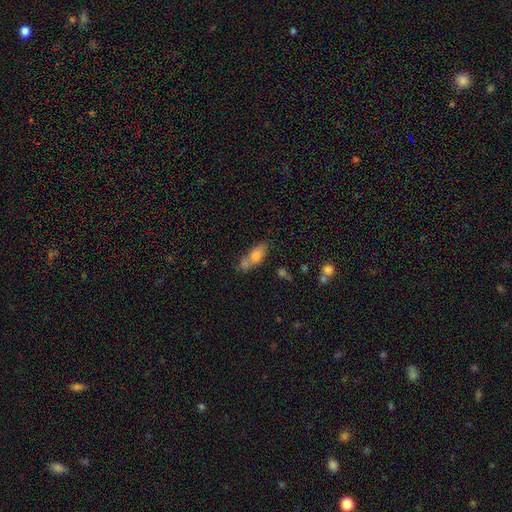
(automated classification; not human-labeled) Smooth or featured? Predicted: smooth (p=0.70). How rounded? Predicted: in between (p=0.77). Merging? Predicted: none (p=0.41).